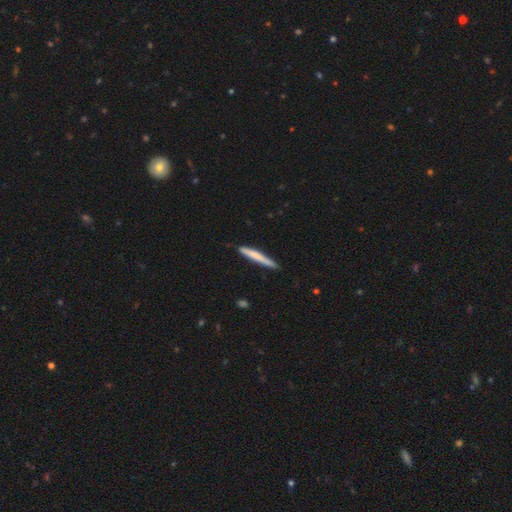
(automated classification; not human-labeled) Overall: smooth (67%; featured or disk 27%). How rounded: cigar-shaped (96%). Merging: none (85%).